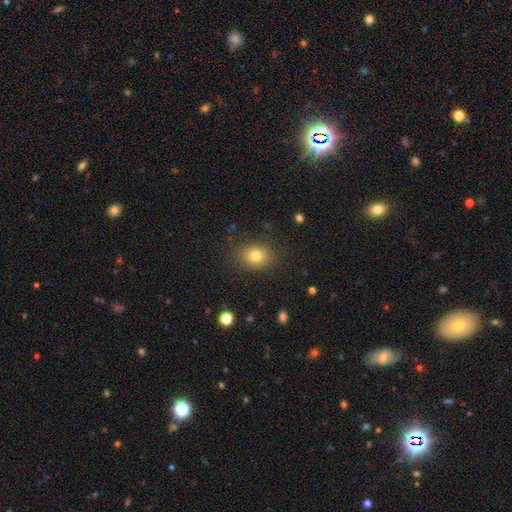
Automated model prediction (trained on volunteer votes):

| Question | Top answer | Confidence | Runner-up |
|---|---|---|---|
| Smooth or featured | smooth | 79% | star or artifact (13%) |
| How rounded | round | 55% | in between (44%) |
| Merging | none | 85% | minor disturbance (10%) |